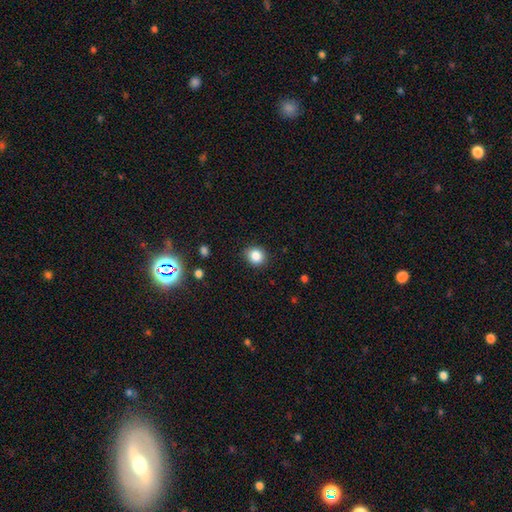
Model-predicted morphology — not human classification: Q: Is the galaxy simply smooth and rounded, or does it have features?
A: smooth — 85%.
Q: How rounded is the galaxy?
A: round — 79%.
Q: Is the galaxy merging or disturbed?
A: none — 88%.